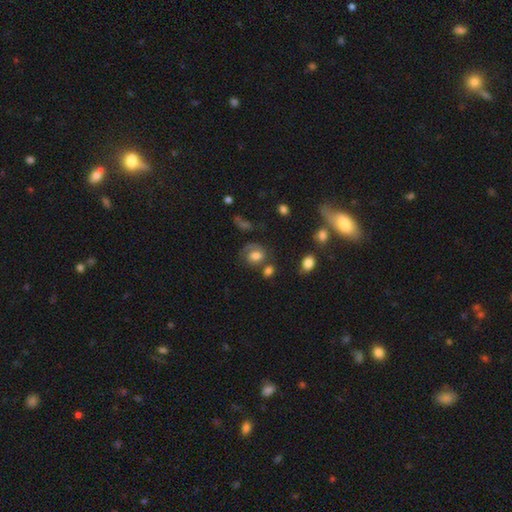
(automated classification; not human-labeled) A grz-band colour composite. It shows a smooth galaxy with no disk features (57%) that is in between round and cigar-shaped (56%). Merging: none (44%).